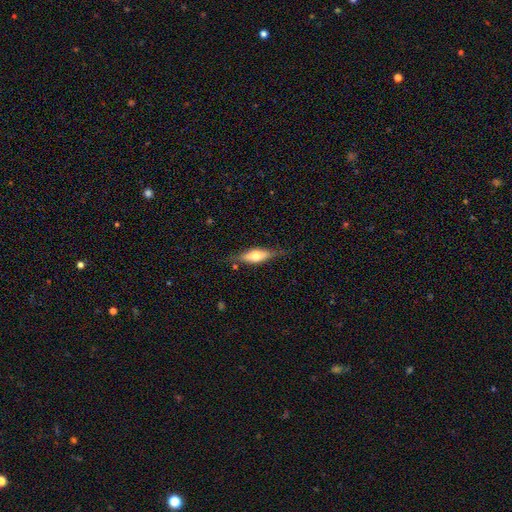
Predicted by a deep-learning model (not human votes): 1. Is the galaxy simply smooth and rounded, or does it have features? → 48% smooth, 46% featured or disk, 6% star or artifact.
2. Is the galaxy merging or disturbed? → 74% none, 18% minor disturbance, 5% major disturbance, 2% merger.